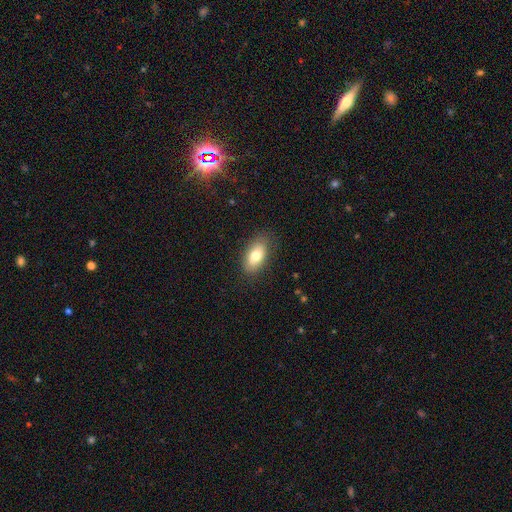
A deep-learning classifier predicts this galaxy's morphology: type=smooth (76%); roundness=in between (91%); merging=none (84%).